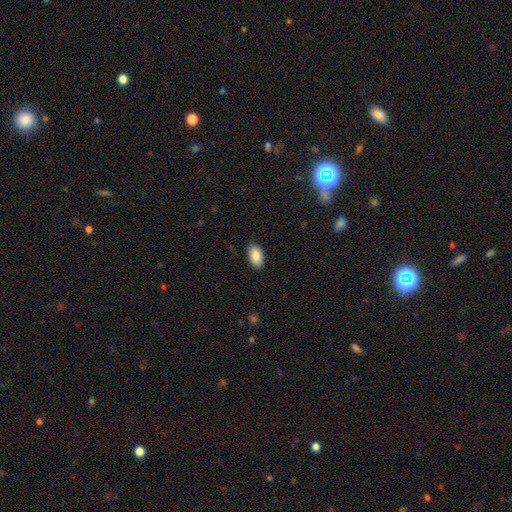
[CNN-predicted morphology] smooth_or_featured: smooth (p=0.86) [alt: featured or disk p=0.07]
how_rounded: in between (p=0.94) [alt: round p=0.04]
merging: none (p=0.88) [alt: minor disturbance p=0.09]